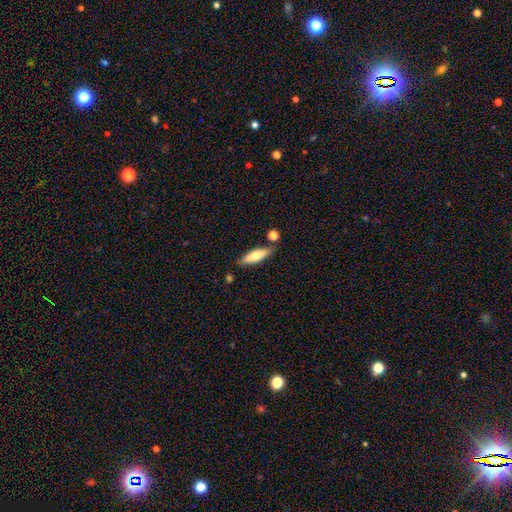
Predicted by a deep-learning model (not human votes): Smooth or featured?
  - smooth: 70% *
  - featured or disk: 24%
  - star or artifact: 6%
How rounded?
  - cigar-shaped: 51% *
  - in between: 47%
  - round: 2%
Merging?
  - none: 79% *
  - minor disturbance: 12%
  - merger: 6%
  - major disturbance: 2%